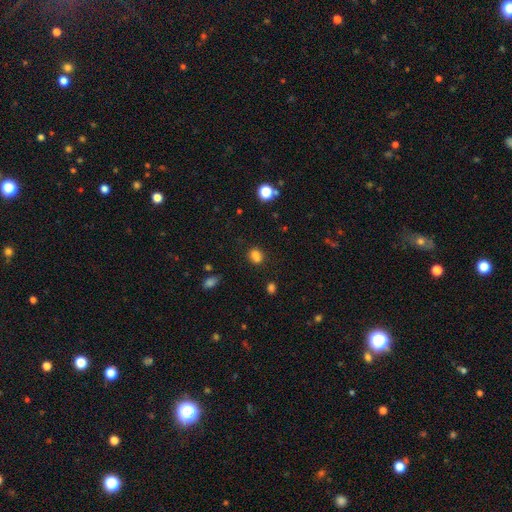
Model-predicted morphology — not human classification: smooth 76%, star or artifact 15%, featured or disk 8%. Down the decision tree: how rounded — round (57%); merging — none (53%).